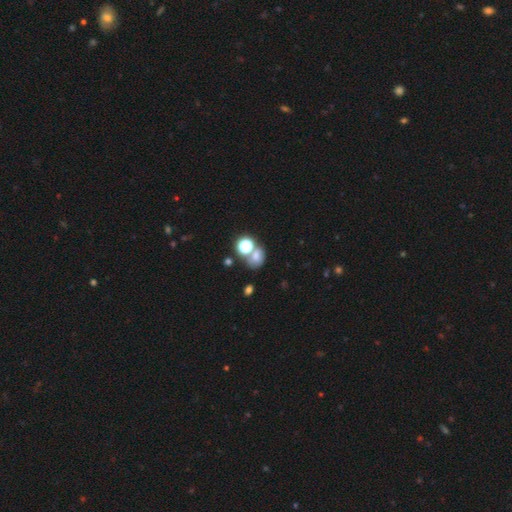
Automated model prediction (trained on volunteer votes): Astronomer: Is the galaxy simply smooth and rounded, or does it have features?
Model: smooth — 58%.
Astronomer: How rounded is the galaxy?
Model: round — 51% (runner-up: in between, 48%).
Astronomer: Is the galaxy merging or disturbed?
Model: merger — 39%, tied with none at 39%.